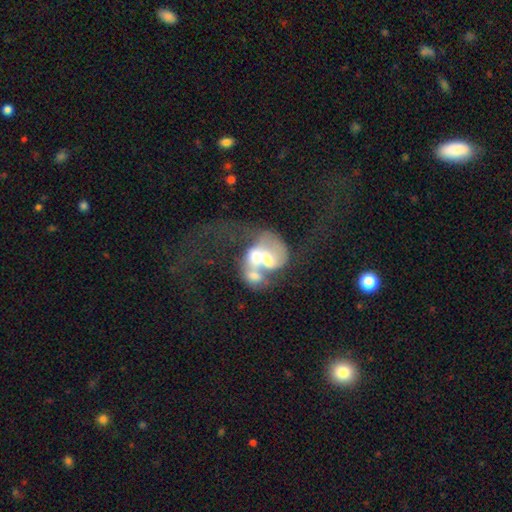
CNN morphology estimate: Smooth or featured?
  - featured or disk: 57% *
  - smooth: 34%
  - star or artifact: 10%
Edge-on disk?
  - no: 97% *
  - yes: 3%
Bar?
  - no: 78% *
  - weak: 16%
  - strong: 6%
Spiral arms?
  - no: 72% *
  - yes: 28%
Bulge size?
  - moderate: 50% *
  - large: 19%
  - small: 14%
  - none: 12%
  - dominant: 5%
Merging?
  - merger: 73% *
  - major disturbance: 15%
  - none: 8%
  - minor disturbance: 5%